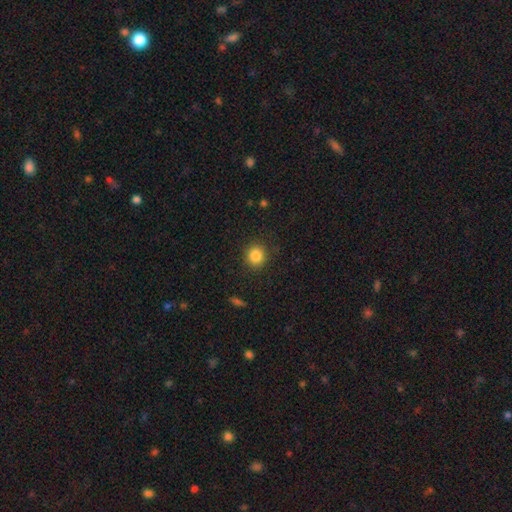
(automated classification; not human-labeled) This is clearly a smooth galaxy (85%). How rounded: clearly round (87%). Merging: clearly none (89%).